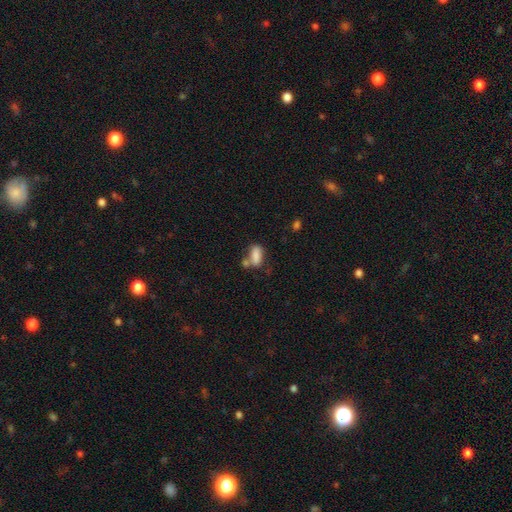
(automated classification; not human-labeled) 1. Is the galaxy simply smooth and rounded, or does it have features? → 80% smooth, 11% featured or disk, 9% star or artifact.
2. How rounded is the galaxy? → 79% in between, 16% cigar-shaped, 5% round.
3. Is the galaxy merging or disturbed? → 40% none, 33% merger, 18% minor disturbance, 9% major disturbance.